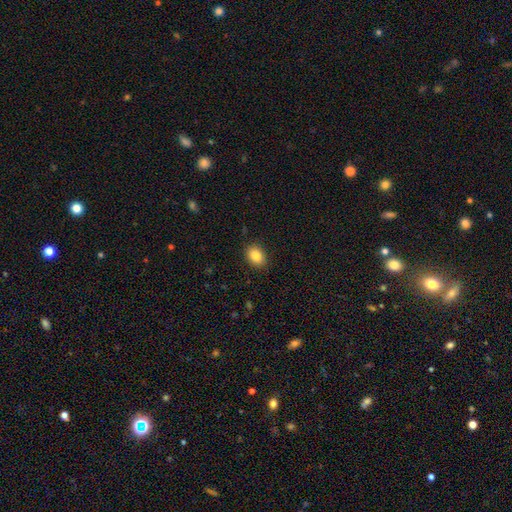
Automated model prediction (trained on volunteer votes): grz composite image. It shows a smooth galaxy with no disk features (85%) that is in between round and cigar-shaped (67%). Merging: none (89%).